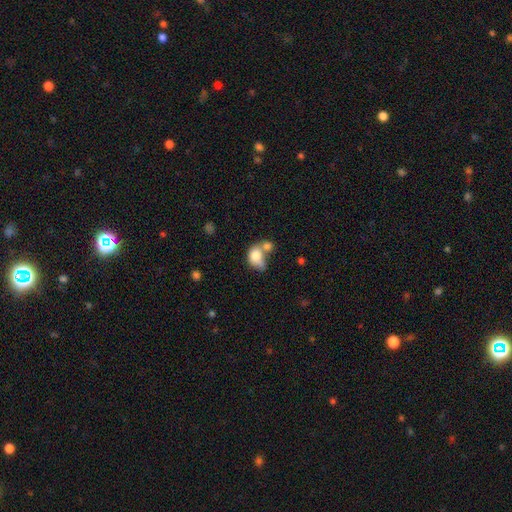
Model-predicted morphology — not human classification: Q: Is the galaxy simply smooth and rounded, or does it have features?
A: smooth — 76%.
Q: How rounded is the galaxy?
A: in between — 61%.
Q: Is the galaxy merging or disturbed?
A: merger — 56%.